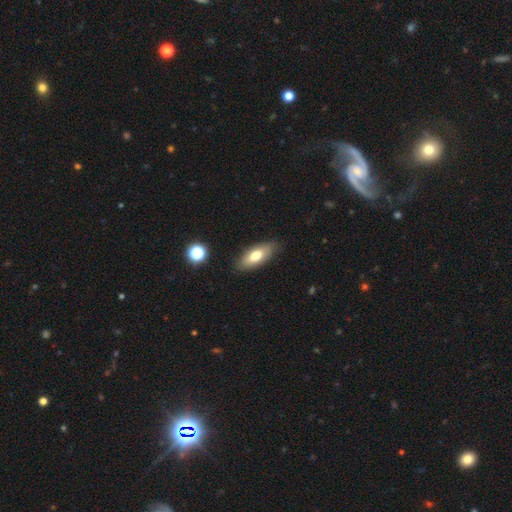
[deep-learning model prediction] smooth-or-featured: smooth: 71% | featured or disk: 22% | star or artifact: 7%
  how-rounded: in between: 81% | cigar-shaped: 17% | round: 3%
  merging: none: 83% | minor disturbance: 13% | major disturbance: 3% | merger: 2%